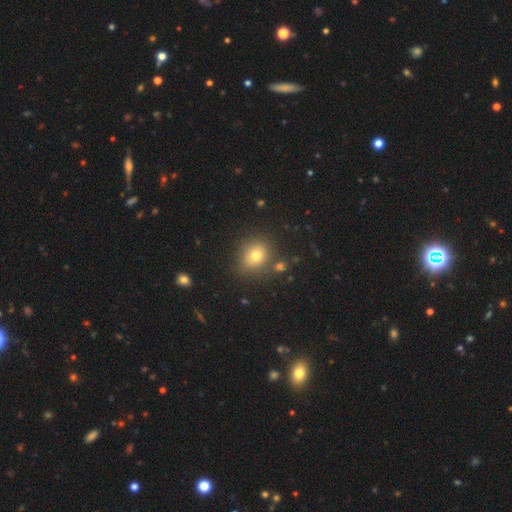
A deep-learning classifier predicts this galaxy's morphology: Q: Smooth or featured?
A: smooth (76%); runner-up: star or artifact (14%)
Q: How rounded?
A: round (62%); runner-up: in between (37%)
Q: Merging?
A: none (79%); runner-up: minor disturbance (12%)